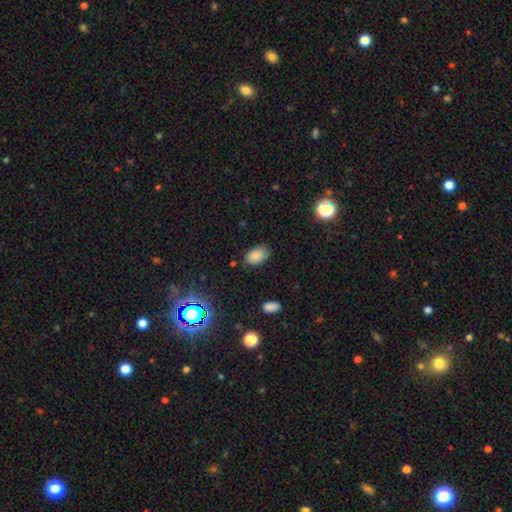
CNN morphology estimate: smooth 83%, star or artifact 10%, featured or disk 7%. Down the decision tree: how rounded — in between (89%); merging — none (78%).